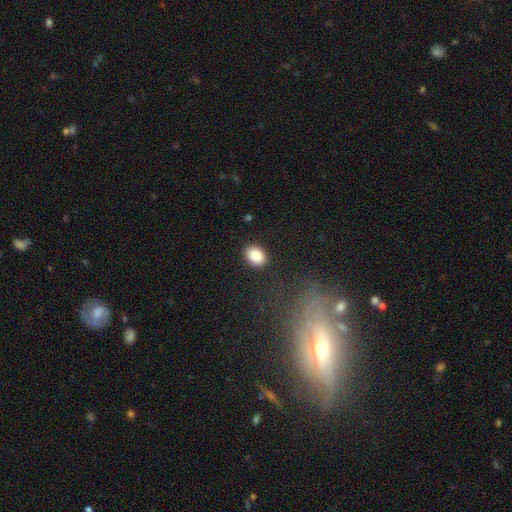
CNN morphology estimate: smooth-or-featured: smooth: 89% | star or artifact: 8% | featured or disk: 4%
  how-rounded: in between: 71% | round: 28% | cigar-shaped: 1%
  merging: none: 88% | minor disturbance: 8% | major disturbance: 2% | merger: 1%